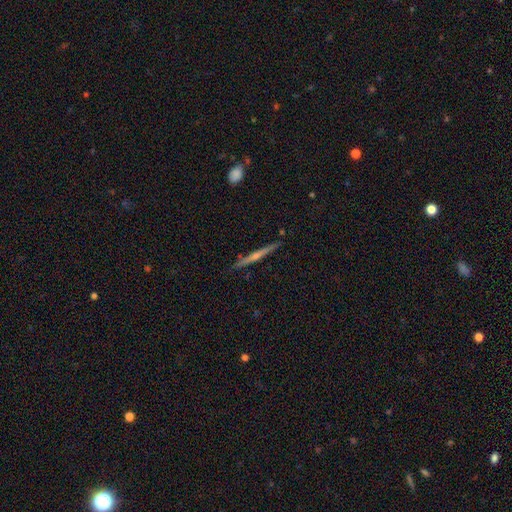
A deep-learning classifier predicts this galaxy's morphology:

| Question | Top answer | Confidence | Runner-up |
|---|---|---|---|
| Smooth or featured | featured or disk | 67% | smooth (22%) |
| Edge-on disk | yes | 96% | no (4%) |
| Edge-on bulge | rounded | 58% | none (33%) |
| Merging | none | 88% | minor disturbance (8%) |